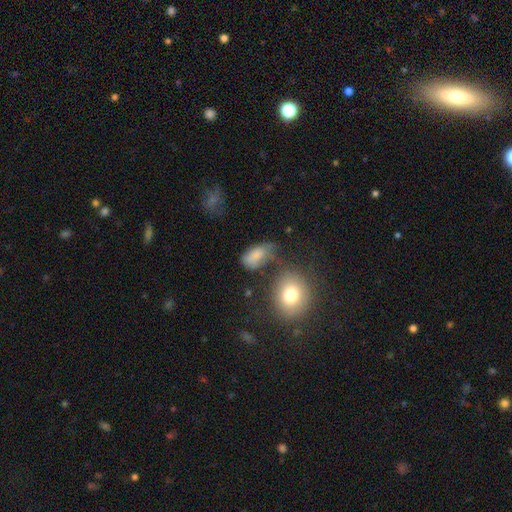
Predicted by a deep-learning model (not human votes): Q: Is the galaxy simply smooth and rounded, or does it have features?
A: smooth — 73%.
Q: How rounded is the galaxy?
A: in between — 88%.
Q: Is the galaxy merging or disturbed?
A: none — 36%.